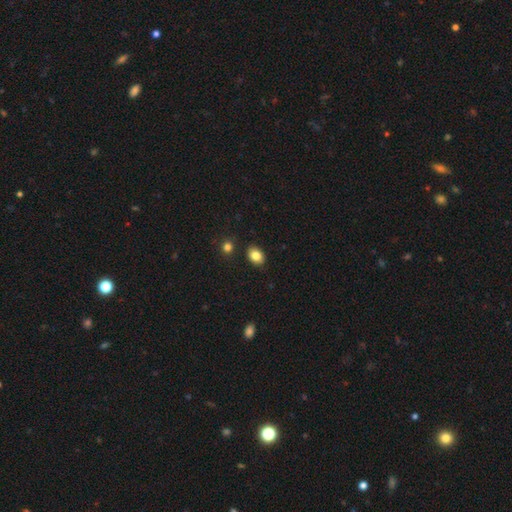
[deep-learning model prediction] This appears to be a smooth galaxy with no disk features (84%) that is in between round and cigar-shaped (72%). Merging: none (87%).